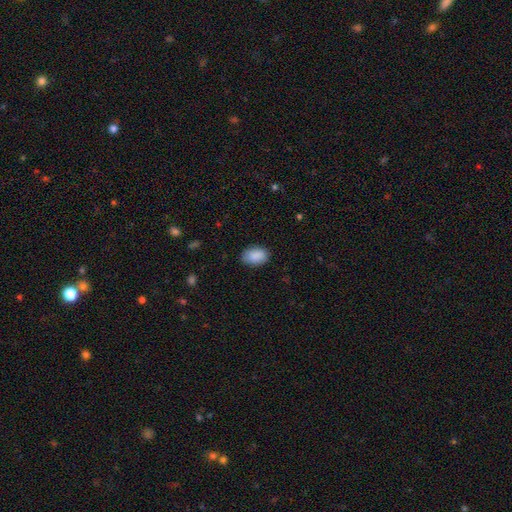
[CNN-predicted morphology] Q: Smooth or featured?
A: smooth (90%); runner-up: star or artifact (7%)
Q: How rounded?
A: in between (89%); runner-up: round (10%)
Q: Merging?
A: none (84%); runner-up: minor disturbance (12%)